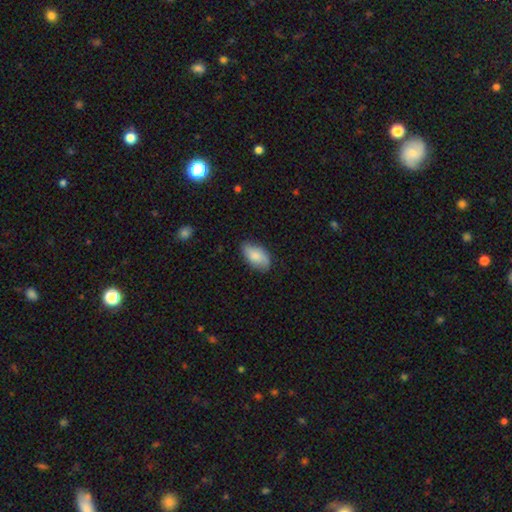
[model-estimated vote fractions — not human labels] A smooth galaxy with no disk features (79%) that is in between round and cigar-shaped (93%). Merging: none (76%).